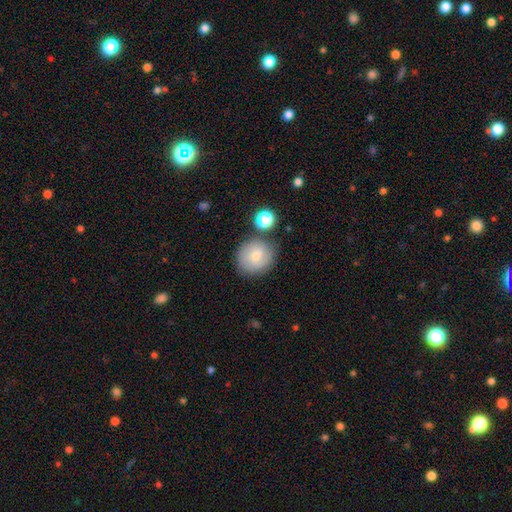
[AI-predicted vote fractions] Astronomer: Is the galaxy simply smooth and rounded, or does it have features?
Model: smooth — 69%.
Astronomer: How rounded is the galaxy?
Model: round — 84%.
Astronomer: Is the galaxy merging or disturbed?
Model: none — 71%.